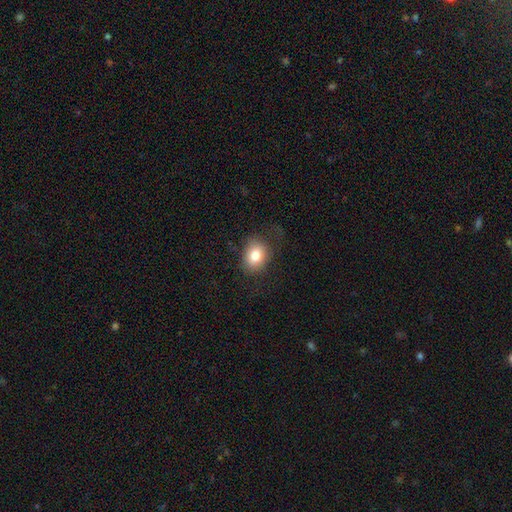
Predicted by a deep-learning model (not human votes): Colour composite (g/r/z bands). It shows a smooth galaxy with no disk features (81%) that is in between round and cigar-shaped (57%). Merging: none (70%).